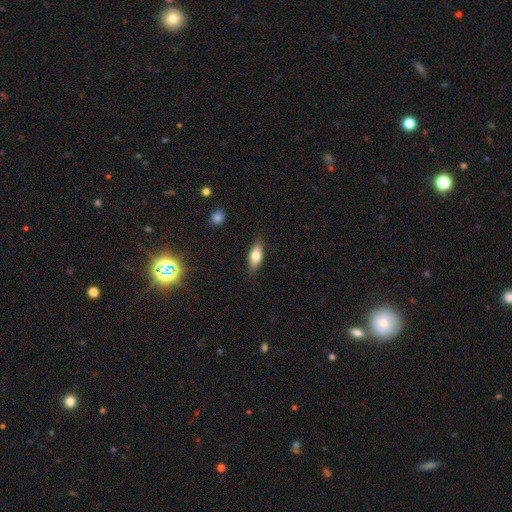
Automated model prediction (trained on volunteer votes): Smooth or featured: smooth — 71% (featured or disk — 22%)
How rounded: in between — 74% (cigar-shaped — 22%)
Merging: none — 83% (minor disturbance — 13%)